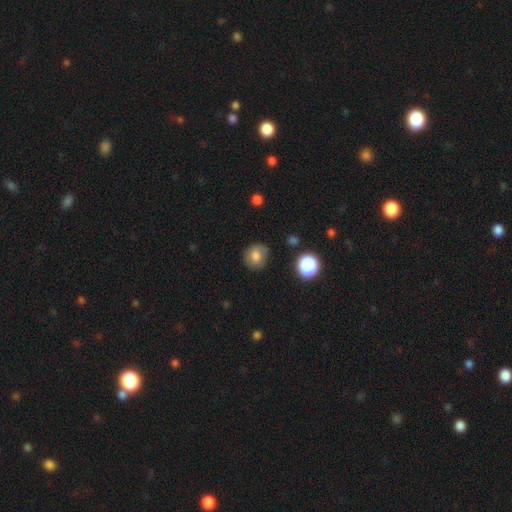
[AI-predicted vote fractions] smooth_or_featured: smooth (p=0.71) [alt: featured or disk p=0.17]
how_rounded: round (p=0.72) [alt: in between p=0.27]
merging: none (p=0.76) [alt: minor disturbance p=0.17]